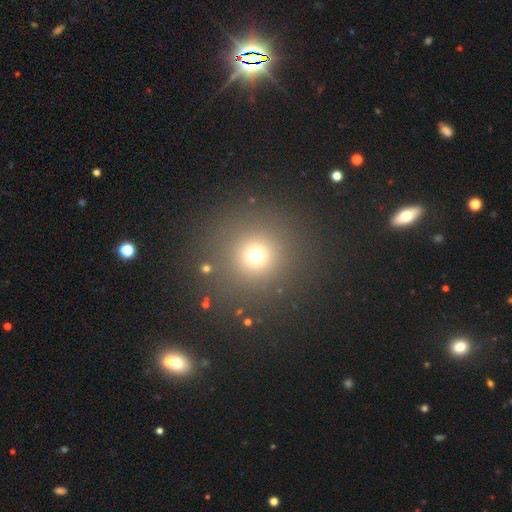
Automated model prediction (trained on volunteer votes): The model was most divided on "smooth or featured": smooth: 69%, star or artifact: 23%, featured or disk: 8%. More confident: how rounded — round (94%); merging — none (85%).